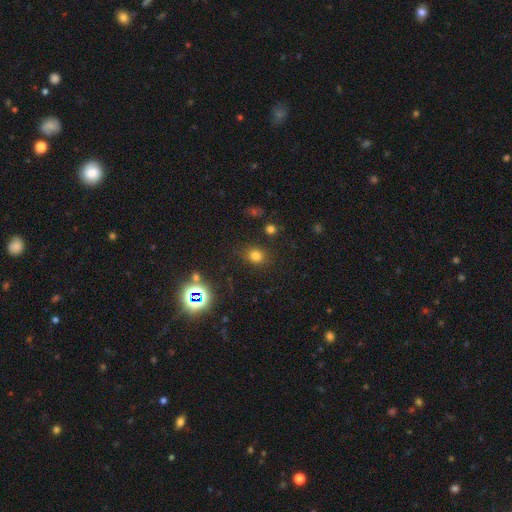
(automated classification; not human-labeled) Smooth or featured? Predicted: smooth (p=0.74). How rounded? Predicted: round (p=0.69). Merging? Predicted: none (p=0.83).